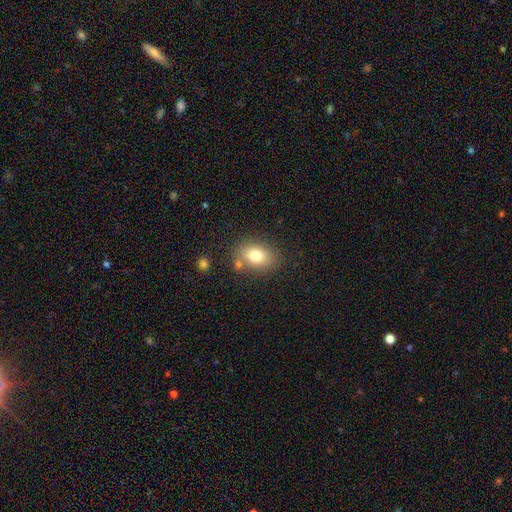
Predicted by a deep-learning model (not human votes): Overall: smooth (77%). How rounded: in between (73%). Merging: none (74%).